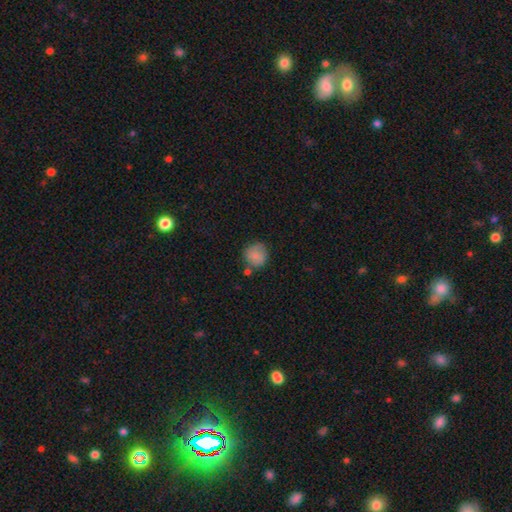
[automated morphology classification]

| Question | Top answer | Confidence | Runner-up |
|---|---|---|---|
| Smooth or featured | smooth | 81% | featured or disk (11%) |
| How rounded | round | 89% | in between (10%) |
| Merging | none | 67% | minor disturbance (19%) |